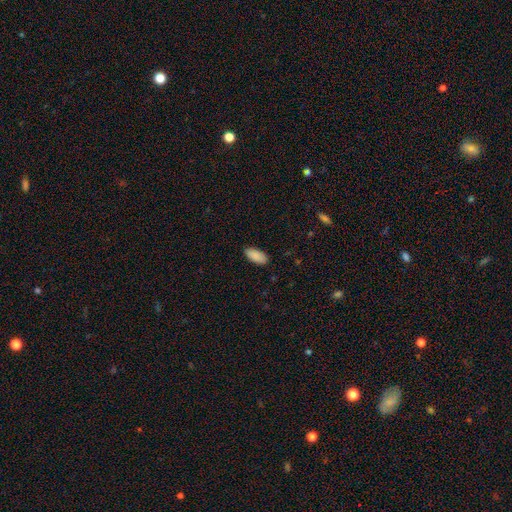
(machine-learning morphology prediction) Smooth or featured?
  - smooth: 91% *
  - star or artifact: 6%
  - featured or disk: 3%
How rounded?
  - in between: 92% *
  - cigar-shaped: 7%
  - round: 2%
Merging?
  - none: 89% *
  - minor disturbance: 8%
  - major disturbance: 2%
  - merger: 1%